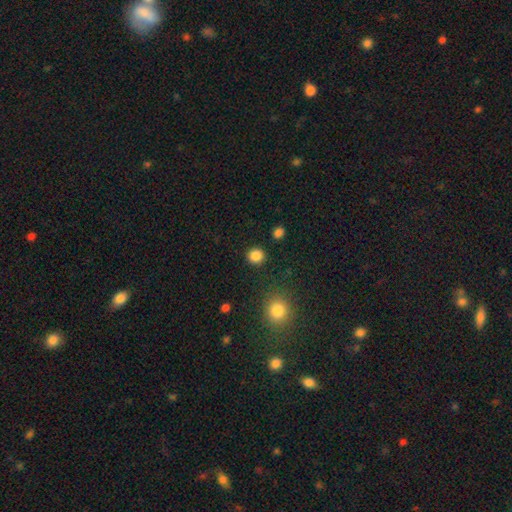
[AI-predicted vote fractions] A smooth galaxy with no disk features (86%) that is round (89%). Merging: none (89%).